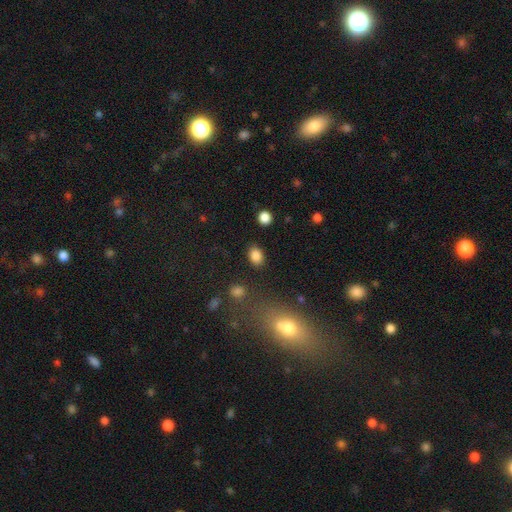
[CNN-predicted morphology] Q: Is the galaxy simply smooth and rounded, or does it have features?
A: smooth — 85%.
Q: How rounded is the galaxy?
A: in between — 73%.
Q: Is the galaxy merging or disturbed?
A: none — 85%.